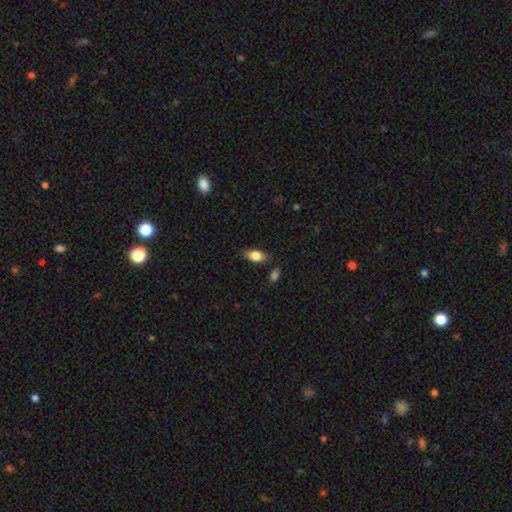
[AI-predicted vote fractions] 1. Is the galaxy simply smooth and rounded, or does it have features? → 78% smooth, 14% featured or disk, 8% star or artifact.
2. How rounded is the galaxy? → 86% in between, 7% round, 7% cigar-shaped.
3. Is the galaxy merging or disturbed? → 78% none, 15% minor disturbance, 3% major disturbance, 3% merger.